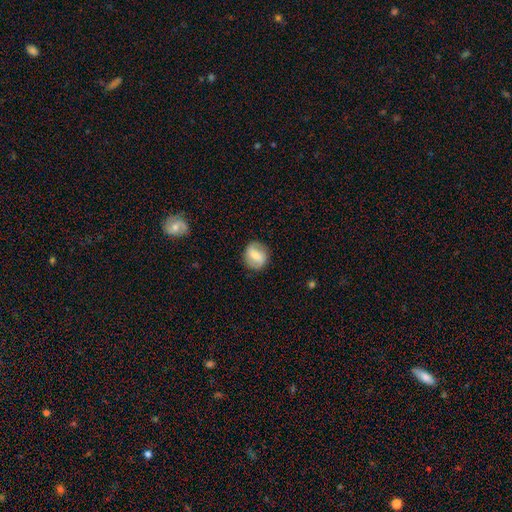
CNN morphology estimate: Q: Smooth or featured?
A: smooth (56%); runner-up: featured or disk (37%)
Q: How rounded?
A: round (75%); runner-up: in between (23%)
Q: Merging?
A: none (85%); runner-up: minor disturbance (11%)